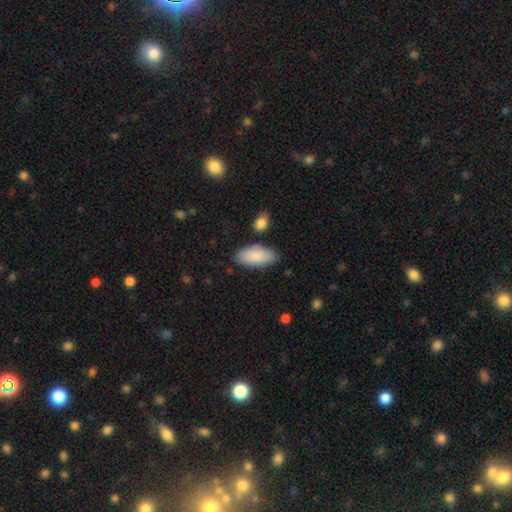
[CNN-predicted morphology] Smooth or featured: smooth — 87% (featured or disk — 7%)
How rounded: in between — 91% (cigar-shaped — 7%)
Merging: none — 78% (minor disturbance — 14%)